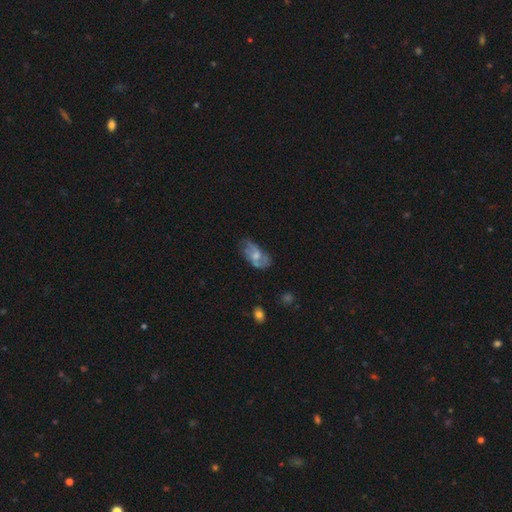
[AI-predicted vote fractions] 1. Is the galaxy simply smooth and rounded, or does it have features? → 53% featured or disk, 39% smooth, 8% star or artifact.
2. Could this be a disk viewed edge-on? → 94% no, 6% yes.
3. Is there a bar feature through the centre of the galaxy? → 66% no, 29% weak, 5% strong.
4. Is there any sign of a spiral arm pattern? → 65% yes, 35% no.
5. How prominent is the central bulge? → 49% moderate, 32% small, 12% none, 7% large, 1% dominant.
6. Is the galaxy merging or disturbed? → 47% none, 30% minor disturbance, 20% major disturbance, 3% merger.